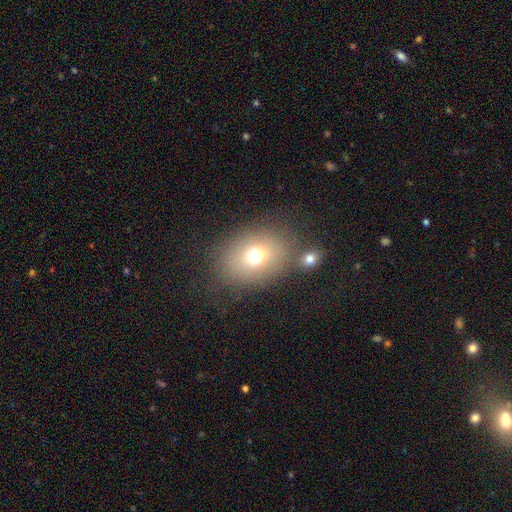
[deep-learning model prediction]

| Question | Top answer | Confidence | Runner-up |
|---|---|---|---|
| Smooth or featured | smooth | 70% | featured or disk (15%) |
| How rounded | in between | 60% | round (39%) |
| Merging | none | 65% | merger (16%) |